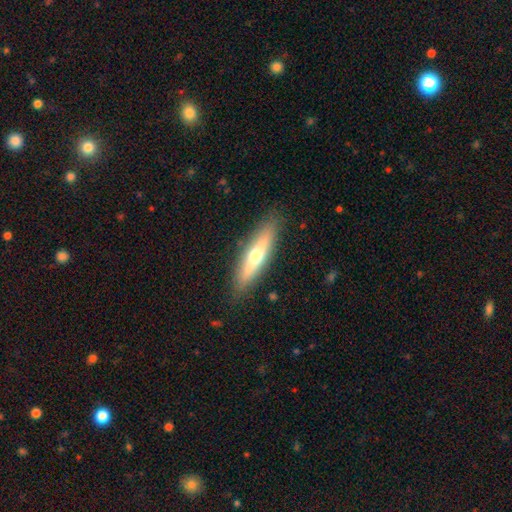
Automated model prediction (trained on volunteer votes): Smooth or featured? smooth (51%)
How rounded? cigar-shaped (75%)
Merging? none (88%)